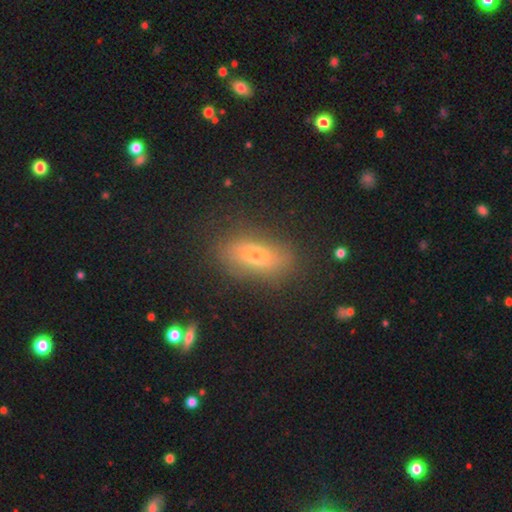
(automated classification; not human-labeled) smooth-or-featured: smooth: 51% | featured or disk: 38% | star or artifact: 11%
  how-rounded: in between: 76% | cigar-shaped: 17% | round: 7%
  merging: none: 74% | minor disturbance: 17% | major disturbance: 6% | merger: 2%